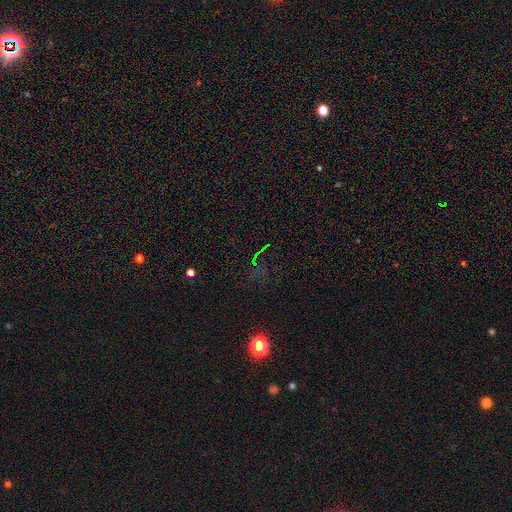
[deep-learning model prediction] Q: Smooth or featured?
A: star or artifact (72%); runner-up: smooth (17%)